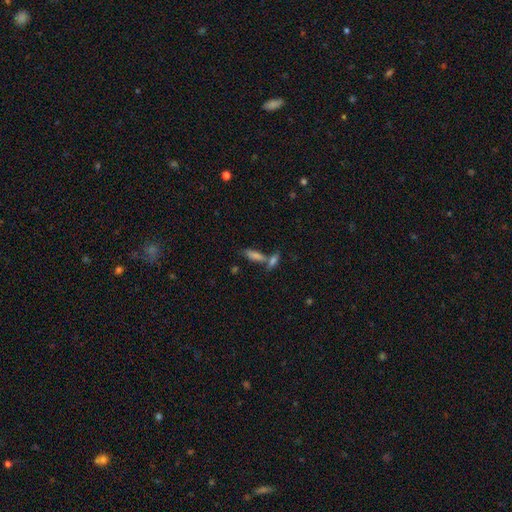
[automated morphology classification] Overall: smooth (66%). How rounded: cigar-shaped (48%; in between 47%). Merging: none (45%; merger 42%).